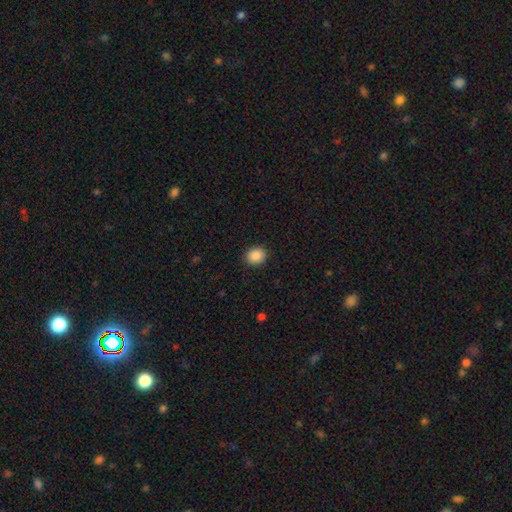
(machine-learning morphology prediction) smooth 89%, star or artifact 8%, featured or disk 3%. Down the decision tree: how rounded — round (64%); merging — none (90%).